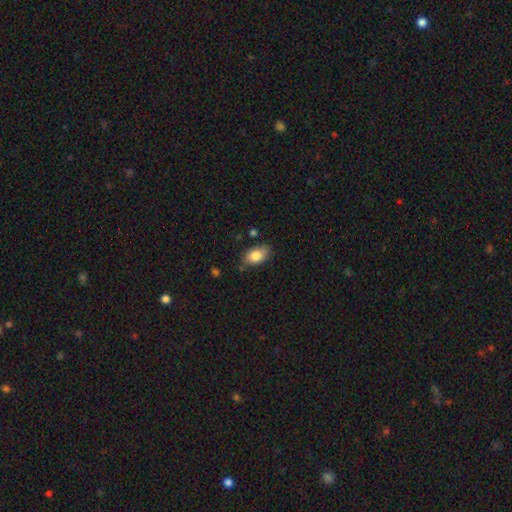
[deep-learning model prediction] smooth-or-featured: smooth: 82% | featured or disk: 10% | star or artifact: 7%
  how-rounded: in between: 89% | round: 9% | cigar-shaped: 2%
  merging: none: 75% | minor disturbance: 18% | major disturbance: 3% | merger: 3%